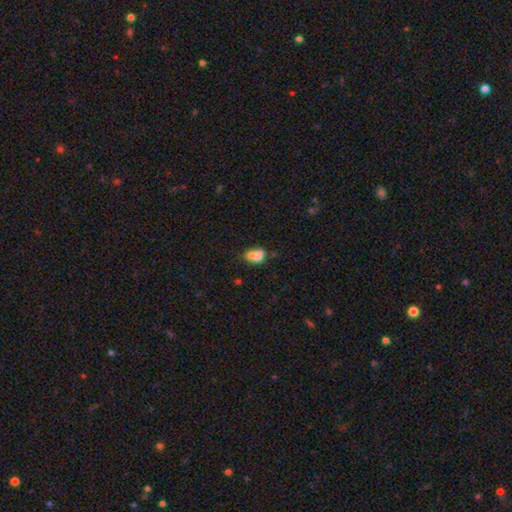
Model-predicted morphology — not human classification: Q: Smooth or featured?
A: smooth (70%); runner-up: featured or disk (20%)
Q: How rounded?
A: in between (65%); runner-up: round (33%)
Q: Merging?
A: merger (61%); runner-up: none (23%)